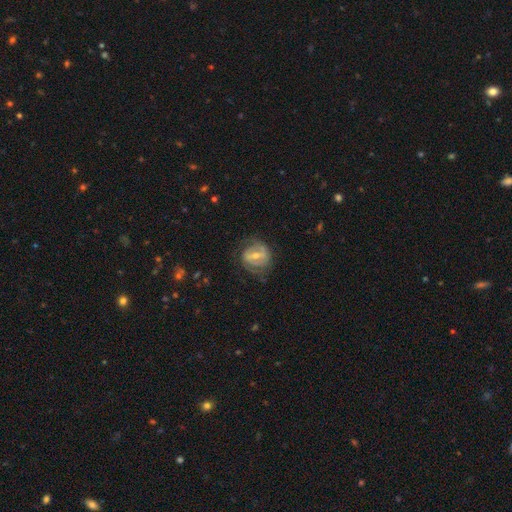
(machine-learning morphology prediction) type=featured or disk (67%); edge-on=no (95%); bar=strong (42%); spiral arms=yes (63%); bulge=moderate (56%); merging=none (65%).